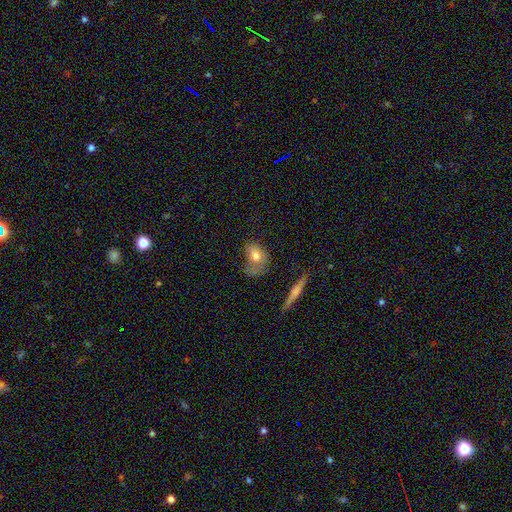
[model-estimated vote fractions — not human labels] Overall: smooth (70%). How rounded: in between (71%). Merging: none (33%; major disturbance 31%).